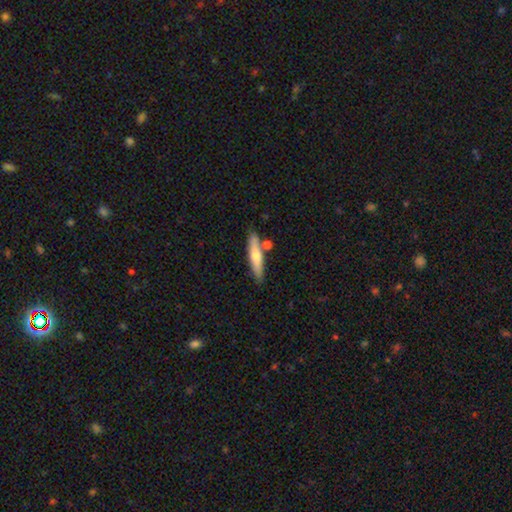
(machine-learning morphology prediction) type=smooth (55%); roundness=cigar-shaped (81%); merging=none (78%).